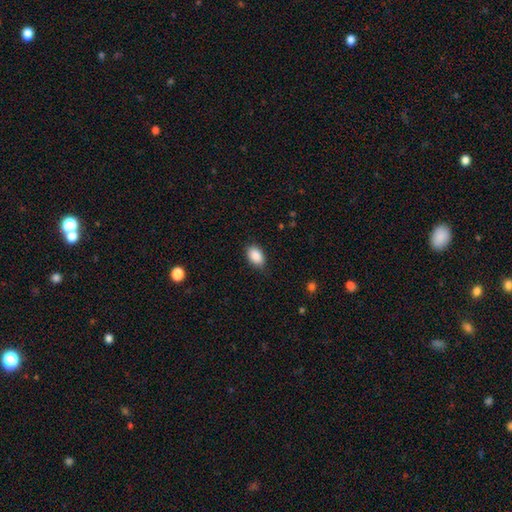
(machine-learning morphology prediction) smooth_or_featured: smooth (p=0.89) [alt: star or artifact p=0.07]
how_rounded: in between (p=0.90) [alt: round p=0.09]
merging: none (p=0.80) [alt: minor disturbance p=0.16]